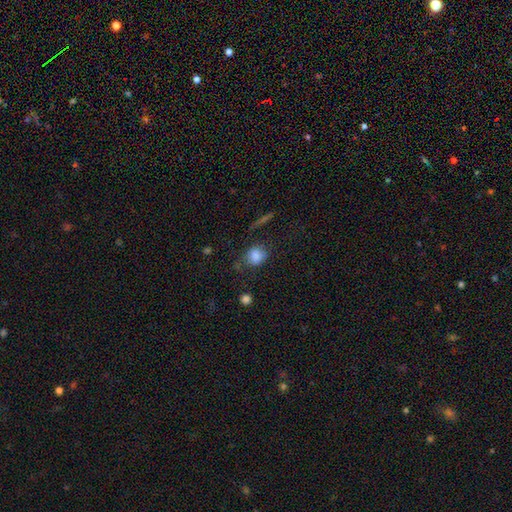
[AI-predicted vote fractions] Smooth or featured? Predicted: smooth (p=0.82). How rounded? Predicted: round (p=0.67). Merging? Predicted: none (p=0.64).